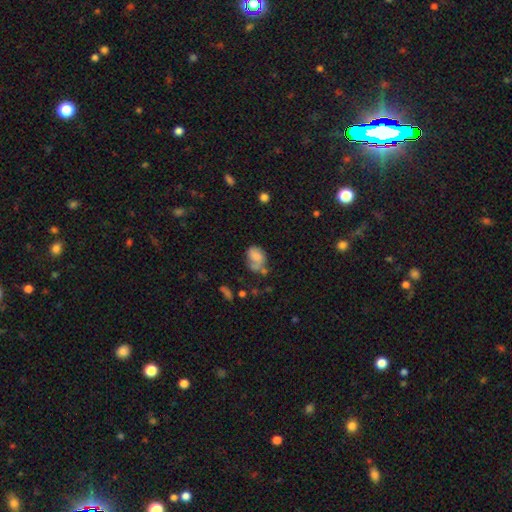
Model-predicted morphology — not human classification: This is possibly a smooth galaxy (59%). How rounded: likely in between (71%). Merging: marginally none (34%).